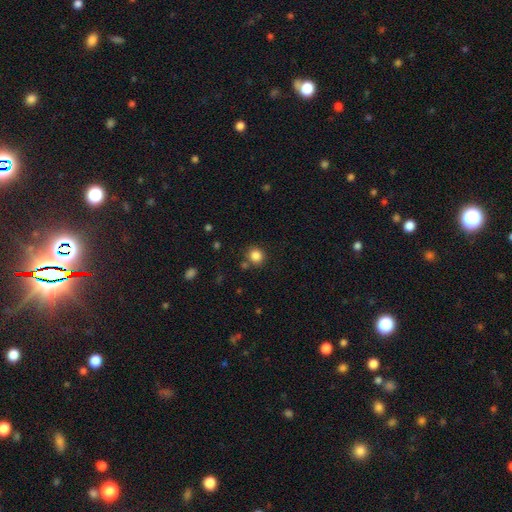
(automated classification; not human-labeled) Morphology: type=smooth (85%); roundness=round (87%); merging=none (80%).